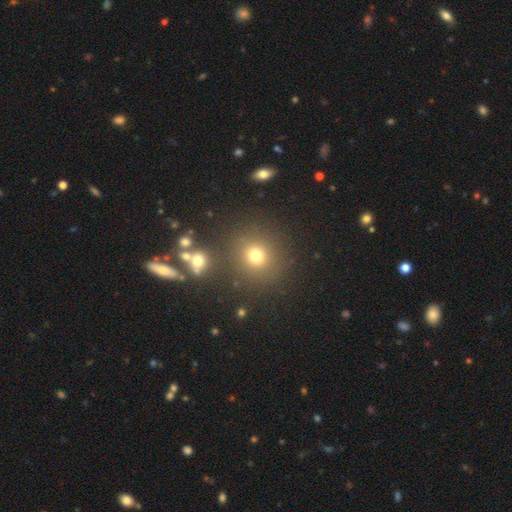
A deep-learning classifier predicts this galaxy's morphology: A smooth galaxy with no disk features (72%) that is round (88%). Merging: none (80%).